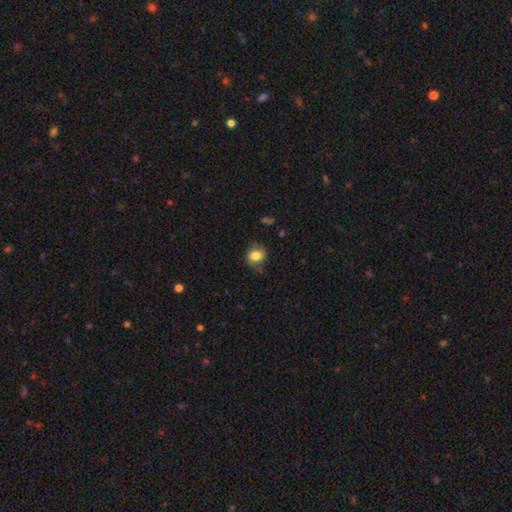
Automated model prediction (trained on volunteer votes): A smooth galaxy with no disk features (76%) that is round (60%). Merging: none (67%).